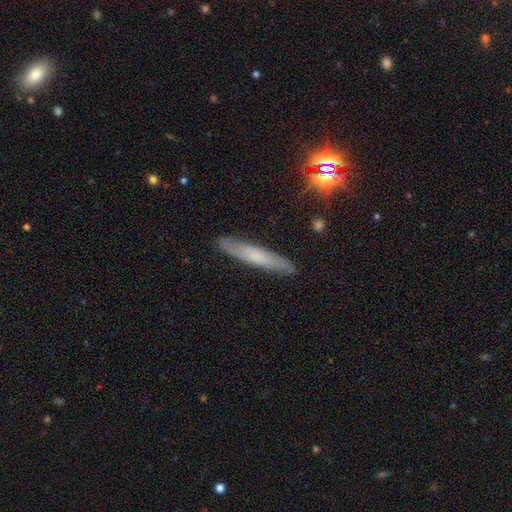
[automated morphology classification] Smooth or featured? smooth (53%)
How rounded? cigar-shaped (92%)
Merging? none (87%)